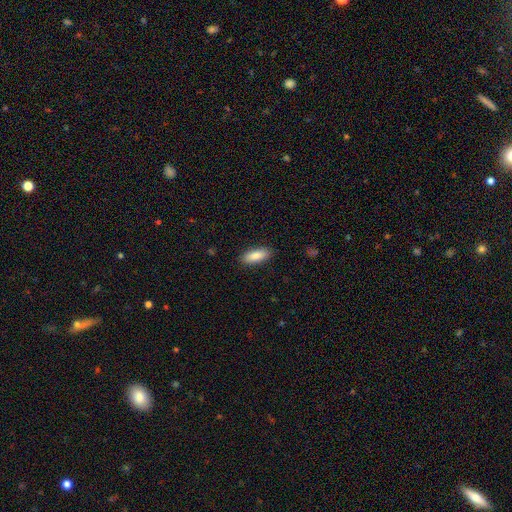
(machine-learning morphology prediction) Q: Smooth or featured?
A: smooth (88%); runner-up: featured or disk (6%)
Q: How rounded?
A: in between (77%); runner-up: cigar-shaped (21%)
Q: Merging?
A: none (89%); runner-up: minor disturbance (8%)